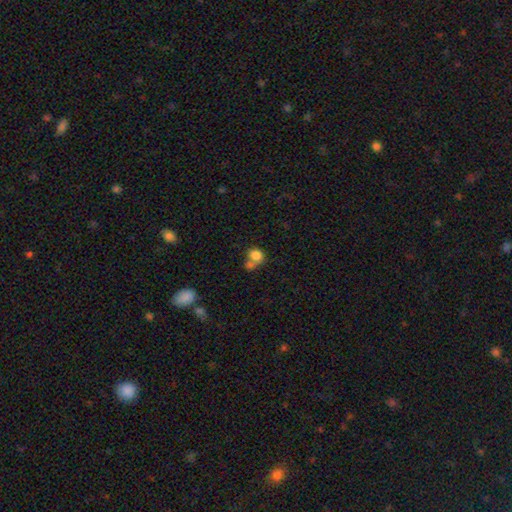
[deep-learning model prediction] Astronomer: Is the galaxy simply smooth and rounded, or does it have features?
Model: smooth — 81%.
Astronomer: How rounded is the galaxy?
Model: round — 68%.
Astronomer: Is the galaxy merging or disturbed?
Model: merger — 47% (runner-up: none, 38%).